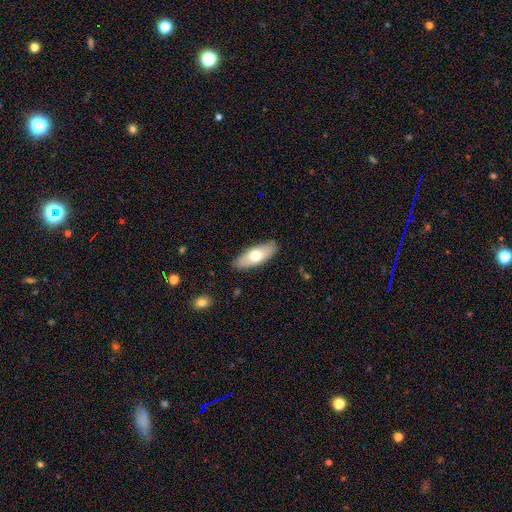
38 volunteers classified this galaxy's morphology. This is likely a smooth galaxy (71%). How rounded: likely in between (74%). Merging: likely none (74%).